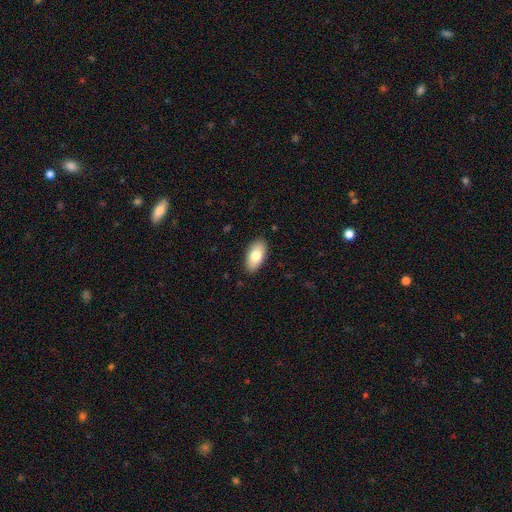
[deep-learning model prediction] Smooth or featured? smooth (80%)
How rounded? in between (94%)
Merging? none (88%)